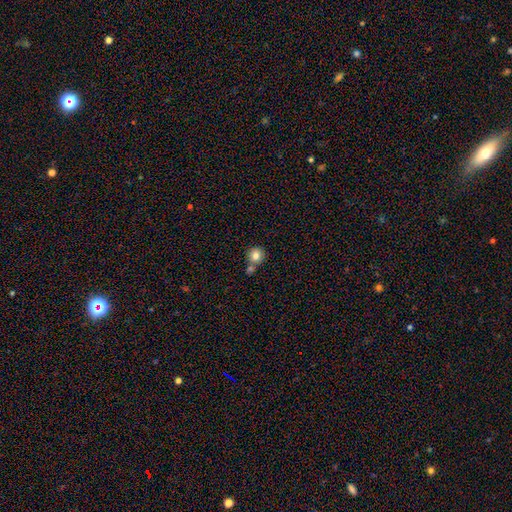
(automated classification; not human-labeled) smooth_or_featured: smooth (p=0.82) [alt: star or artifact p=0.10]
how_rounded: round (p=0.92) [alt: in between p=0.07]
merging: none (p=0.62) [alt: merger p=0.27]